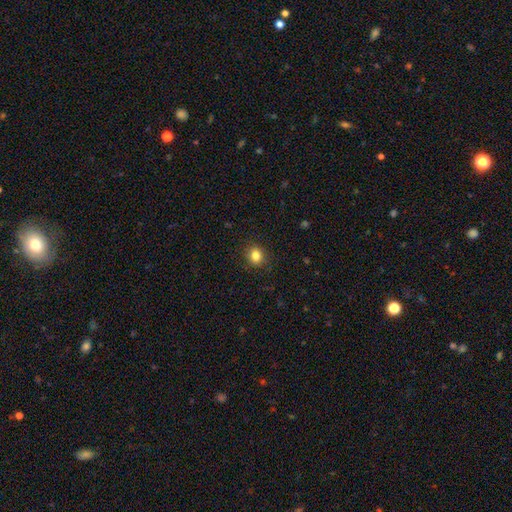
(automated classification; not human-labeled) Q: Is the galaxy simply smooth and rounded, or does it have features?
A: smooth — 84%.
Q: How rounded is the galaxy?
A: round — 71%.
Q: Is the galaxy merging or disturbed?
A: none — 88%.